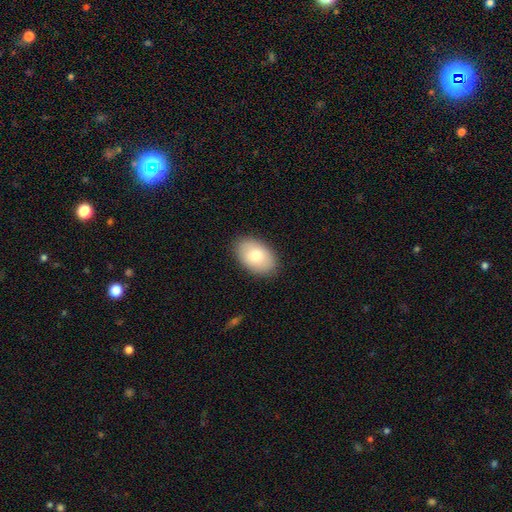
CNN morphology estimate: smooth-or-featured: smooth: 79% | featured or disk: 15% | star or artifact: 6%
  how-rounded: in between: 91% | round: 8% | cigar-shaped: 1%
  merging: none: 88% | minor disturbance: 9% | major disturbance: 2% | merger: 1%